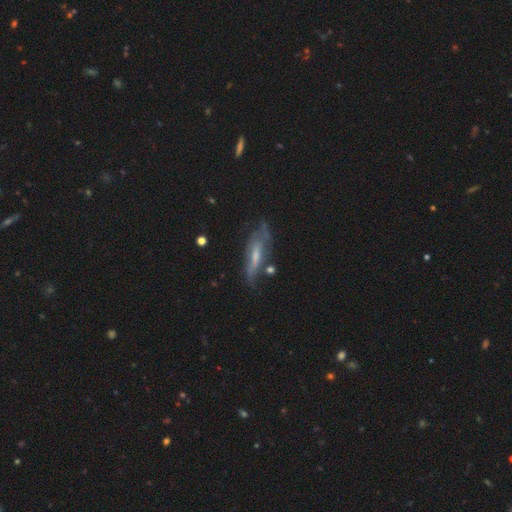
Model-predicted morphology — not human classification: This is likely a featured or disk galaxy (62%). It is possibly not viewed edge-on (60%). Merging: possibly none (56%).